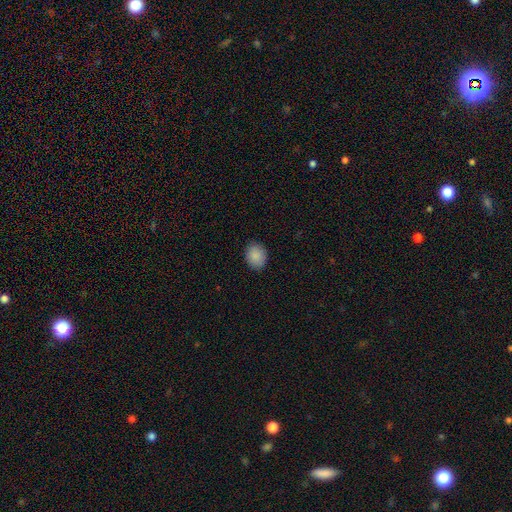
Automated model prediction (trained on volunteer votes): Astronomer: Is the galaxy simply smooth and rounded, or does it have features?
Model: smooth — 89%.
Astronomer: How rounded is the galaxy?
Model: in between — 51% (runner-up: round, 48%).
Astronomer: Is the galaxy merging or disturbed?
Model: none — 88%.